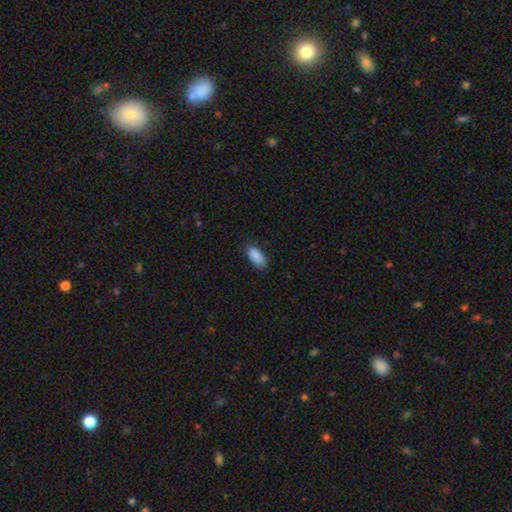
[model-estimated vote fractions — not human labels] A smooth galaxy with no disk features (89%) that is in between round and cigar-shaped (86%). Merging: none (82%).